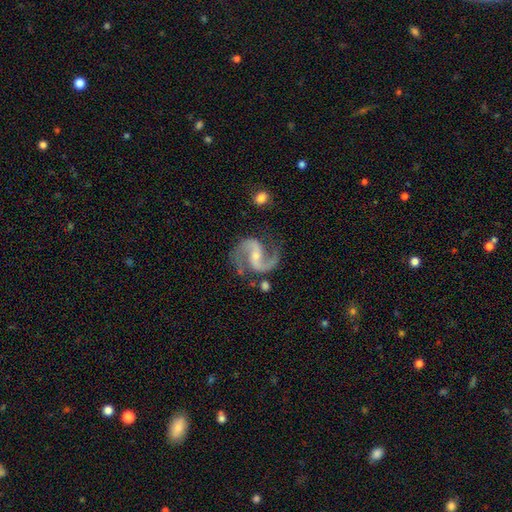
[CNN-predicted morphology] Smooth or featured?
  - featured or disk: 93% *
  - star or artifact: 4%
  - smooth: 2%
Edge-on disk?
  - no: 98% *
  - yes: 2%
Bar?
  - weak: 42% *
  - no: 30%
  - strong: 28%
Spiral arms?
  - yes: 98% *
  - no: 2%
Spiral winding?
  - medium: 61% *
  - loose: 29%
  - tight: 10%
Spiral arm count?
  - 2: 94% *
  - 1: 1%
  - 3: 1%
  - can't tell: 1%
  - 4: 1%
  - more than 4: 1%
Bulge size?
  - small: 63% *
  - moderate: 30%
  - none: 5%
  - large: 1%
  - dominant: 1%
Merging?
  - none: 76% *
  - minor disturbance: 15%
  - major disturbance: 6%
  - merger: 3%